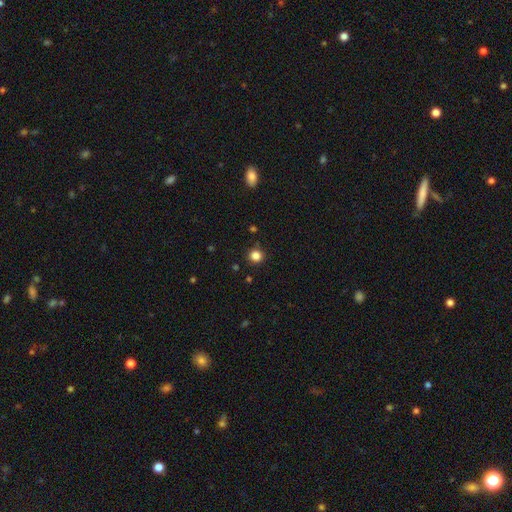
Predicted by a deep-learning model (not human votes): A smooth galaxy with no disk features (83%) that is round (92%). Merging: none (89%).